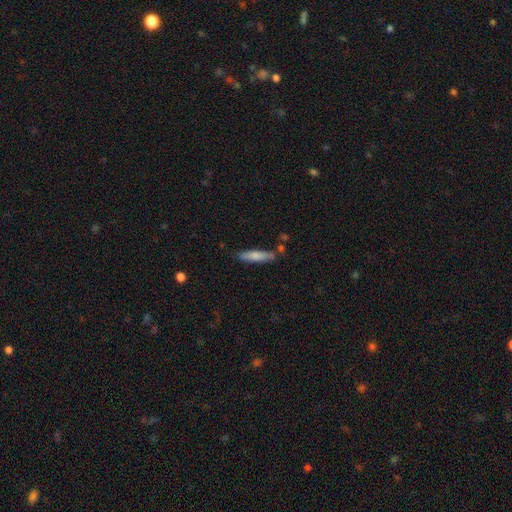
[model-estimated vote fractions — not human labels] Smooth or featured?
  - smooth: 74% *
  - featured or disk: 20%
  - star or artifact: 6%
How rounded?
  - cigar-shaped: 81% *
  - in between: 18%
  - round: 1%
Merging?
  - none: 78% *
  - minor disturbance: 14%
  - merger: 5%
  - major disturbance: 3%